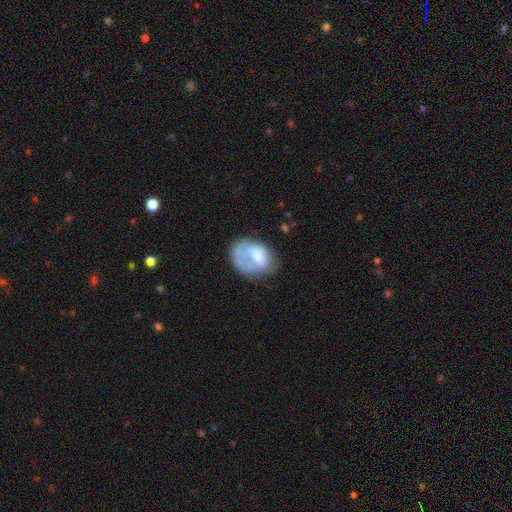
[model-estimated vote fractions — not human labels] Smooth or featured?
  - smooth: 51% *
  - featured or disk: 41%
  - star or artifact: 7%
How rounded?
  - in between: 64% *
  - round: 35%
  - cigar-shaped: 1%
Merging?
  - none: 42% *
  - major disturbance: 27%
  - minor disturbance: 27%
  - merger: 4%